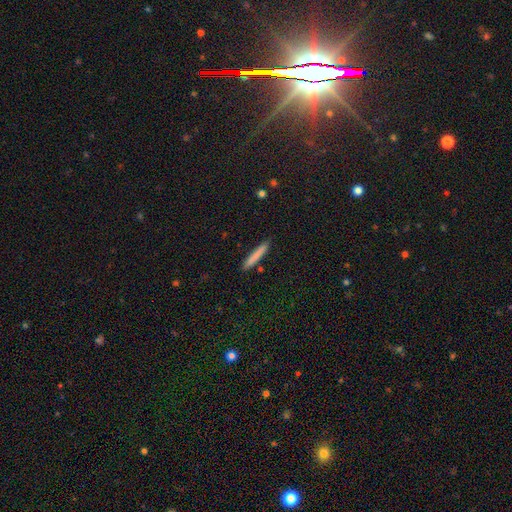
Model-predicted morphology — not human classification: Smooth or featured?
  - smooth: 81% *
  - featured or disk: 13%
  - star or artifact: 6%
How rounded?
  - cigar-shaped: 95% *
  - in between: 4%
  - round: 1%
Merging?
  - none: 89% *
  - minor disturbance: 7%
  - merger: 2%
  - major disturbance: 2%